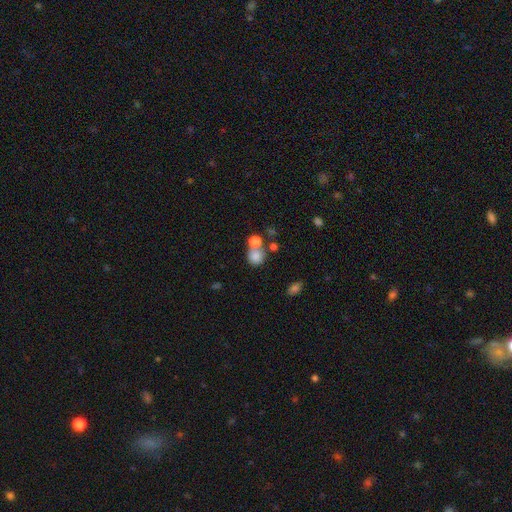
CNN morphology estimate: This is clearly a smooth galaxy (81%). How rounded: clearly round (84%). Merging: possibly none (49%).